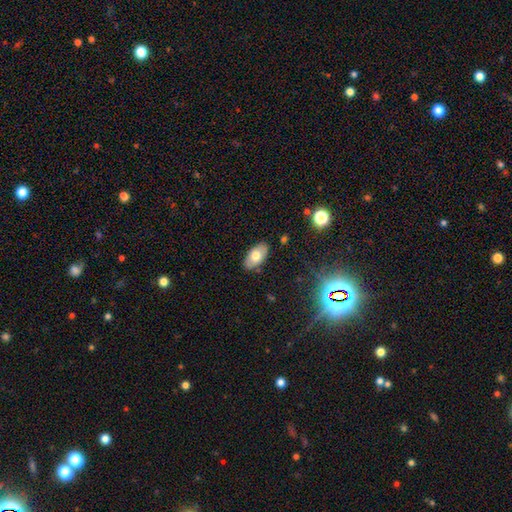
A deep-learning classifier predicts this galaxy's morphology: Q: Smooth or featured?
A: smooth (69%); runner-up: featured or disk (23%)
Q: How rounded?
A: in between (94%); runner-up: round (4%)
Q: Merging?
A: none (85%); runner-up: minor disturbance (11%)